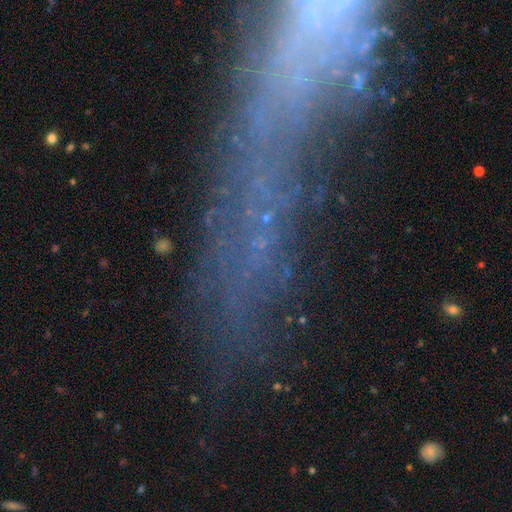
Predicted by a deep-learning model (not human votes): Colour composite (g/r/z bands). It shows a featured or disk galaxy (41%). Merging: none (56%).